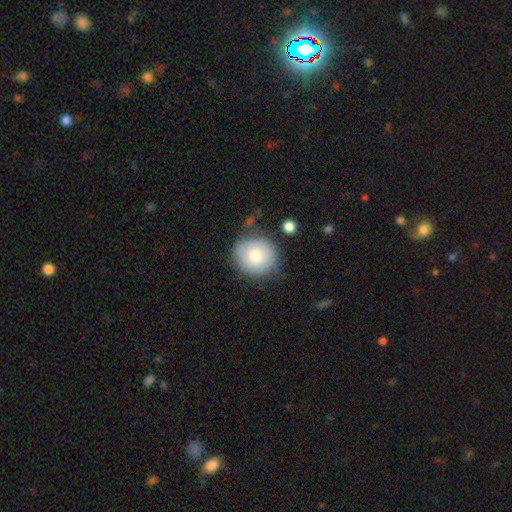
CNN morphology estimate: Smooth or featured? smooth (78%)
How rounded? round (87%)
Merging? none (72%)